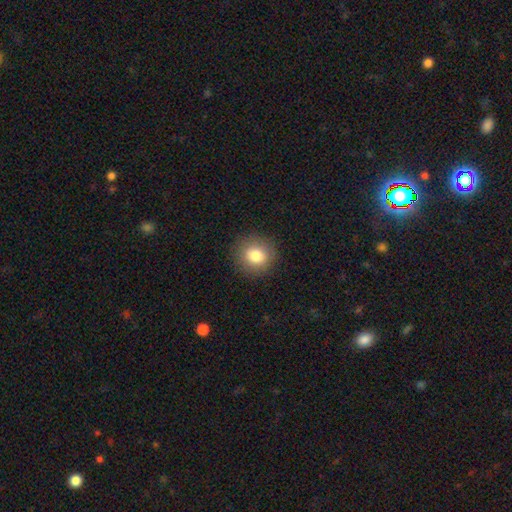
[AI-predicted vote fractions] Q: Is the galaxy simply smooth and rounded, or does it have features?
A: smooth — 82%.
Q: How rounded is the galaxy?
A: round — 89%.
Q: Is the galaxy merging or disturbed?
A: none — 89%.